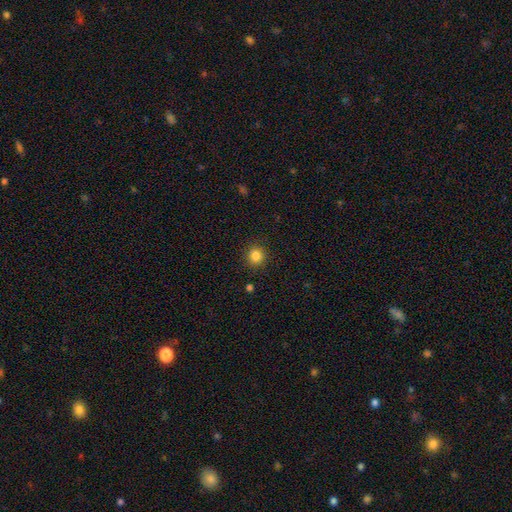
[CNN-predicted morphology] This is clearly a smooth galaxy (84%). How rounded: clearly round (90%). Merging: clearly none (90%).